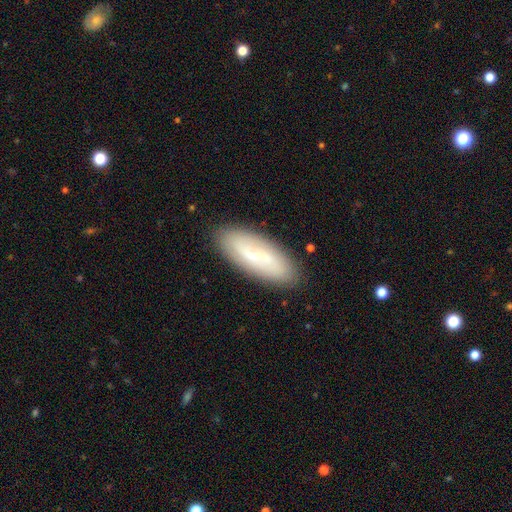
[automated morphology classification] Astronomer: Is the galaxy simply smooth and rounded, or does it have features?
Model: featured or disk — 53% (runner-up: smooth, 40%).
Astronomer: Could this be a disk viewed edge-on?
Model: no — 86%.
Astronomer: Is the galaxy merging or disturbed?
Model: none — 86%.